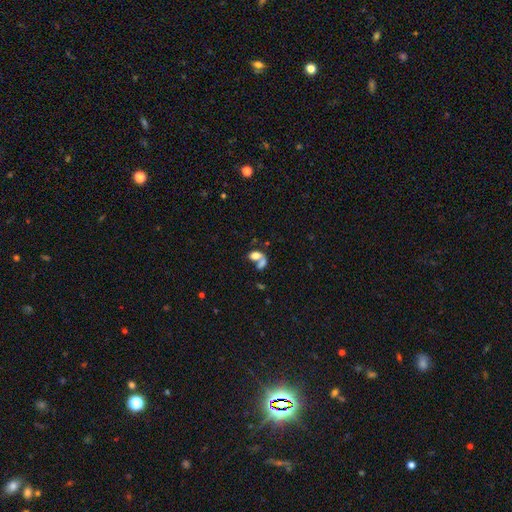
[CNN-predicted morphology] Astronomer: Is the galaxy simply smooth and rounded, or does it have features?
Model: smooth — 66%.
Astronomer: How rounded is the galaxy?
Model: in between — 80%.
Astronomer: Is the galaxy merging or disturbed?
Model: merger — 61%.